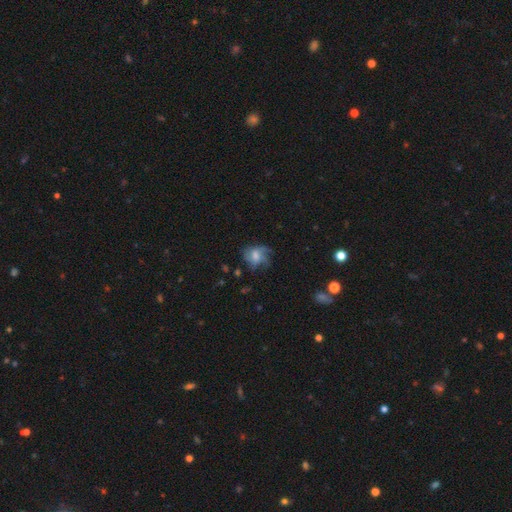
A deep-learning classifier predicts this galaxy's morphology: smooth_or_featured: featured or disk (p=0.45) [alt: smooth p=0.44]
merging: none (p=0.50) [alt: minor disturbance p=0.24]